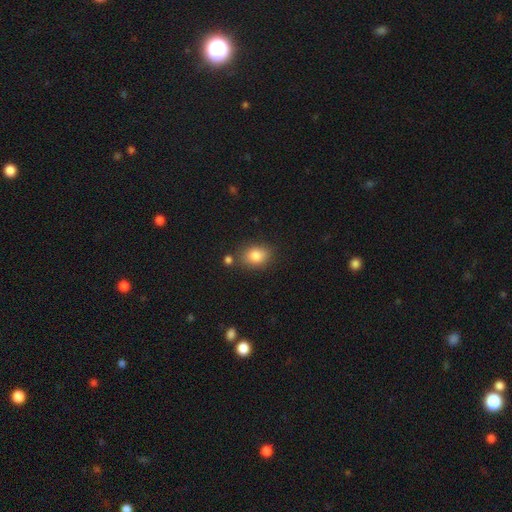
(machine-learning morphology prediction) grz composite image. It shows a smooth galaxy with no disk features (83%) that is in between round and cigar-shaped (64%). Merging: none (76%).